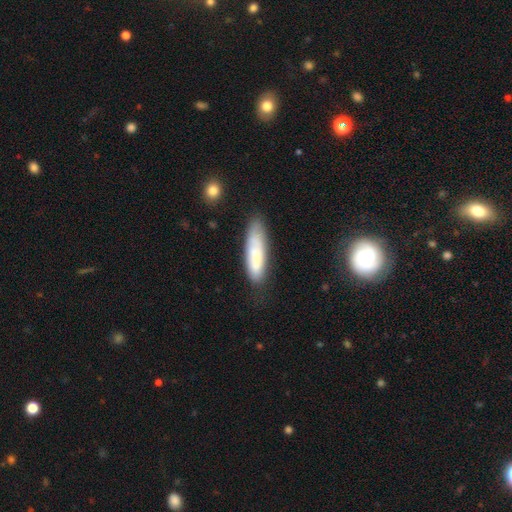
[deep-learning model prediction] smooth_or_featured: smooth (p=0.75) [alt: featured or disk p=0.18]
how_rounded: cigar-shaped (p=0.63) [alt: in between p=0.36]
merging: none (p=0.70) [alt: minor disturbance p=0.22]